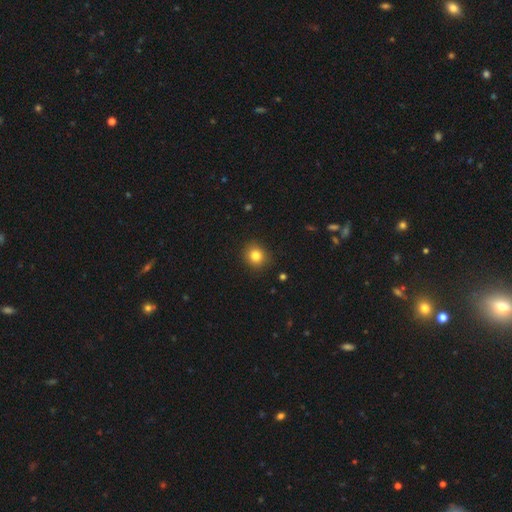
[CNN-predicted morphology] smooth 82%, star or artifact 11%, featured or disk 6%. Down the decision tree: how rounded — round (83%); merging — none (90%).